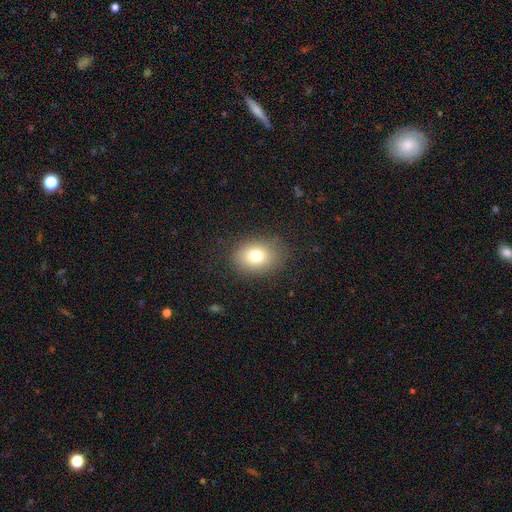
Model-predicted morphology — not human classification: The model was most divided on "how rounded": in between: 64%, round: 35%, cigar-shaped: 1%. More confident: merging — none (84%); smooth or featured — smooth (78%).